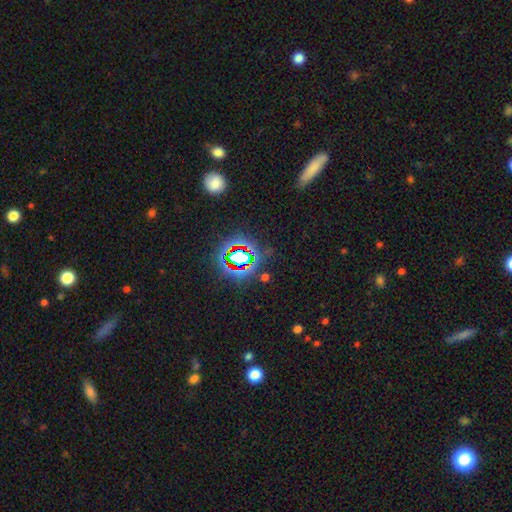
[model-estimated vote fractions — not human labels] Morphology: type=star or artifact (76%).